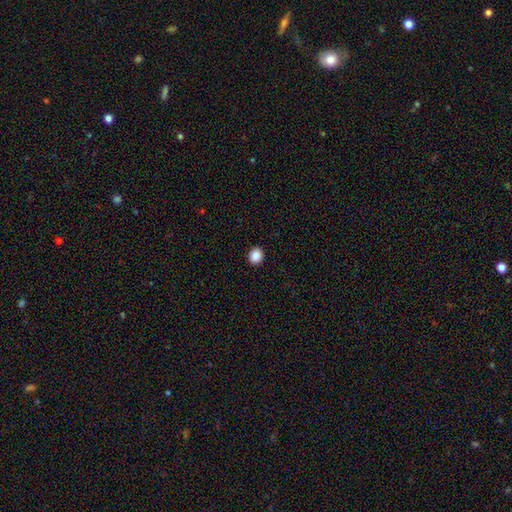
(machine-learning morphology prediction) Smooth or featured: smooth — 87% (star or artifact — 10%)
How rounded: round — 79% (in between — 21%)
Merging: none — 93% (minor disturbance — 5%)